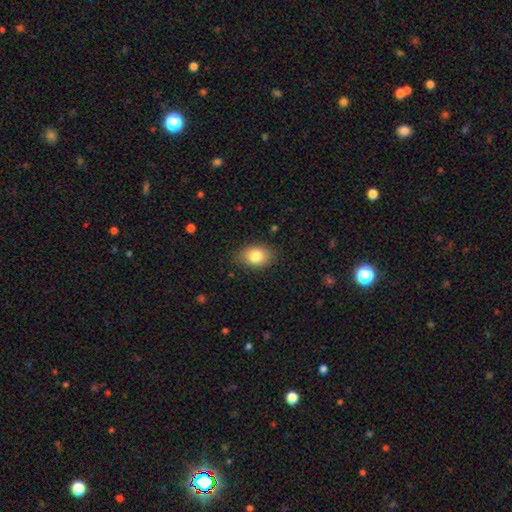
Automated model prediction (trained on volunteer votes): Morphology: type=smooth (82%); roundness=in between (75%); merging=none (83%).